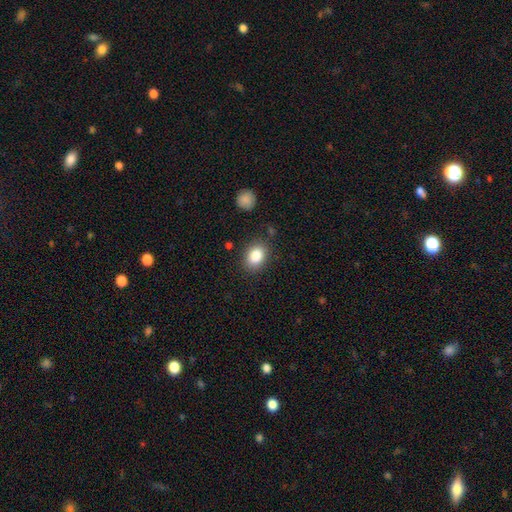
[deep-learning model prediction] Overall: smooth (85%). How rounded: in between (66%; round 33%). Merging: none (83%).